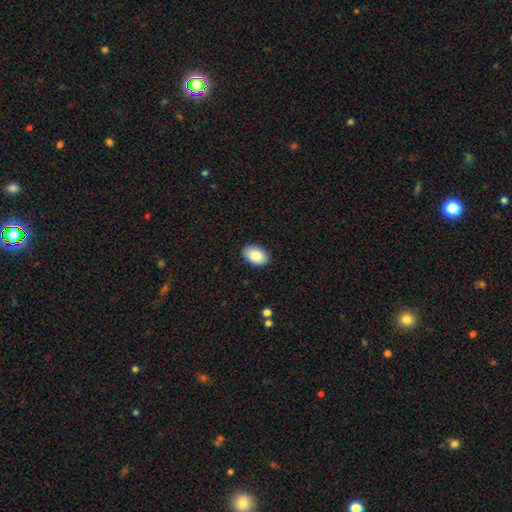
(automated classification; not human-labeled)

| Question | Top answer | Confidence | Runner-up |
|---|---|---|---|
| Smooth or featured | smooth | 87% | star or artifact (7%) |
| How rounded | in between | 88% | round (11%) |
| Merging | none | 88% | minor disturbance (9%) |